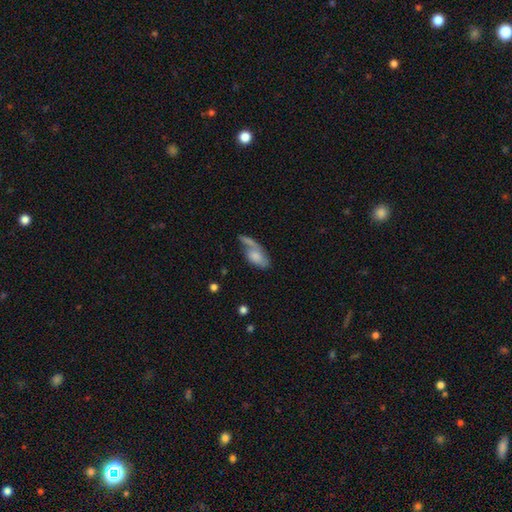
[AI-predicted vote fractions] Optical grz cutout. It shows a smooth galaxy with no disk features (69%) that is in between round and cigar-shaped (88%). Merging: none (34%).